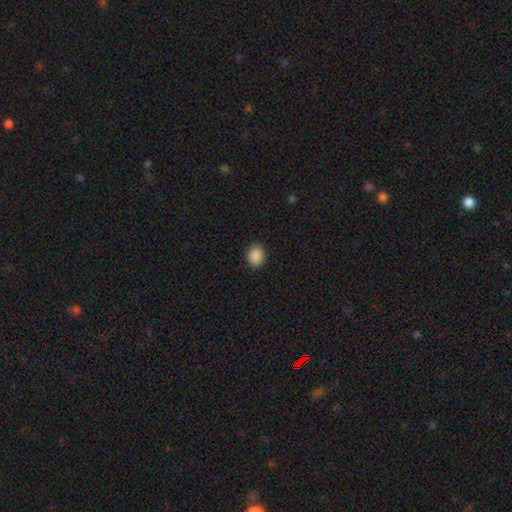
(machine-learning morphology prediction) Overall: smooth (89%). How rounded: round (50%; in between 49%). Merging: none (89%).